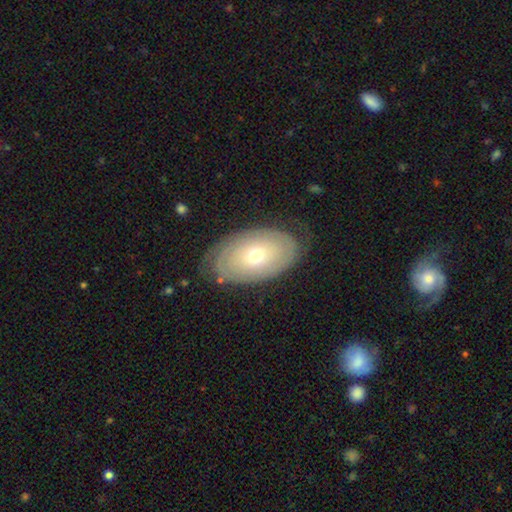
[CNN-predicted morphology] smooth_or_featured: featured or disk (p=0.56) [alt: smooth p=0.37]
disk_edge_on: no (p=0.91) [alt: yes p=0.09]
bar: no (p=0.83) [alt: weak p=0.13]
has_spiral_arms: yes (p=0.59) [alt: no p=0.41]
bulge_size: moderate (p=0.53) [alt: small p=0.42]
merging: none (p=0.77) [alt: minor disturbance p=0.16]